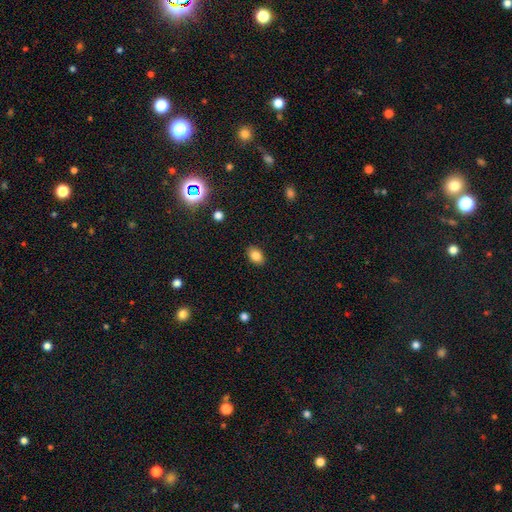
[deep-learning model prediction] Morphology: type=smooth (84%); roundness=in between (84%); merging=none (88%).